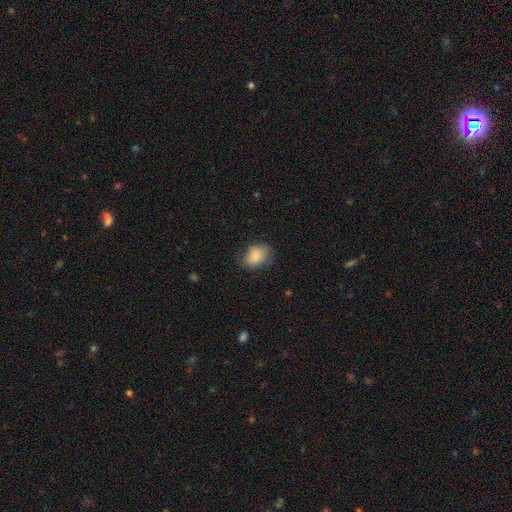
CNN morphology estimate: This is clearly a smooth galaxy (85%). How rounded: likely in between (66%). Merging: likely none (70%).